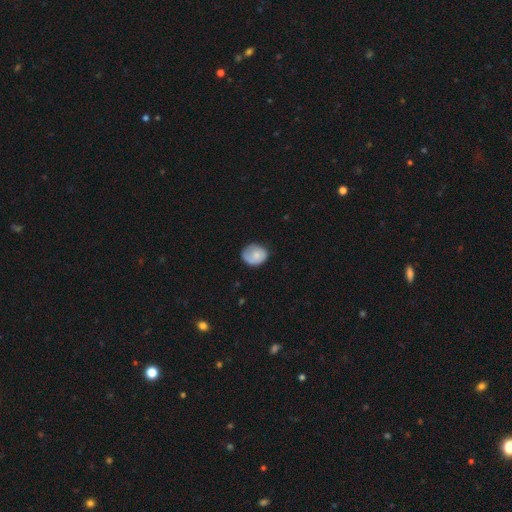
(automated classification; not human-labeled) smooth 74%, featured or disk 19%, star or artifact 7%. Down the decision tree: how rounded — round (64%); merging — none (64%).